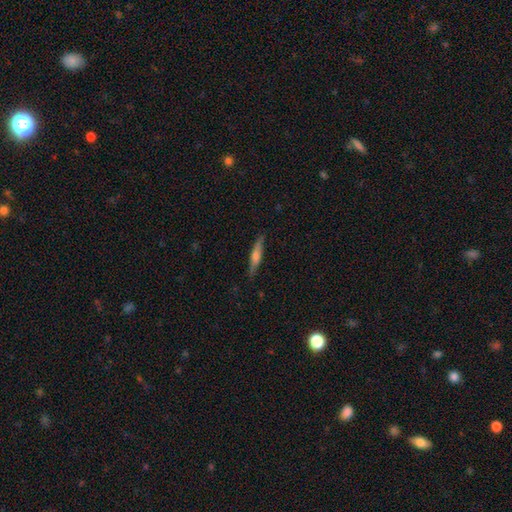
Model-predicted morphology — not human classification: Smooth or featured? featured or disk (57%)
Edge-on disk? yes (95%)
Edge-on bulge? rounded (73%)
Merging? none (87%)